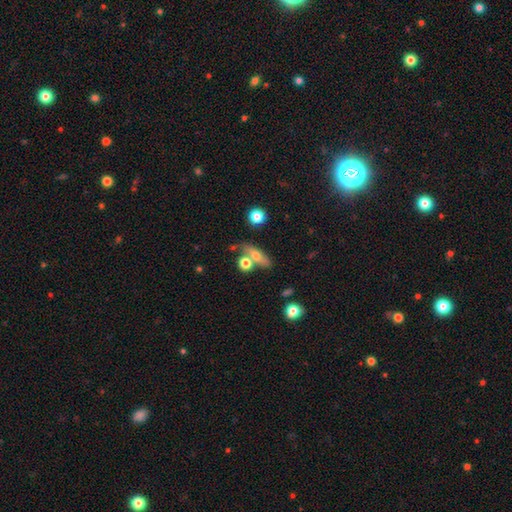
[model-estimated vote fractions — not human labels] smooth 59%, featured or disk 31%, star or artifact 10%. Down the decision tree: how rounded — in between (50%); merging — none (55%).